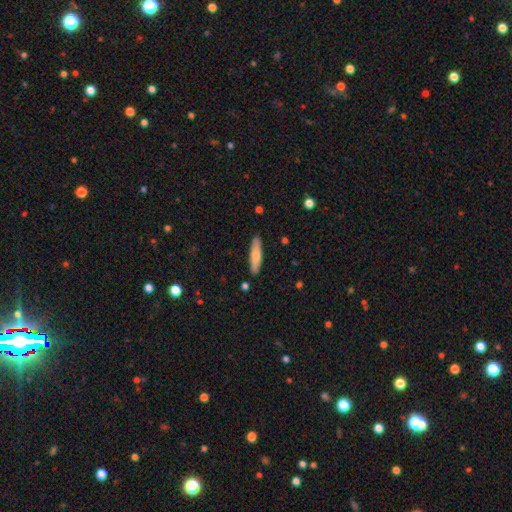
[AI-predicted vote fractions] A smooth galaxy with no disk features (70%) that is cigar-shaped (77%). Merging: none (89%).